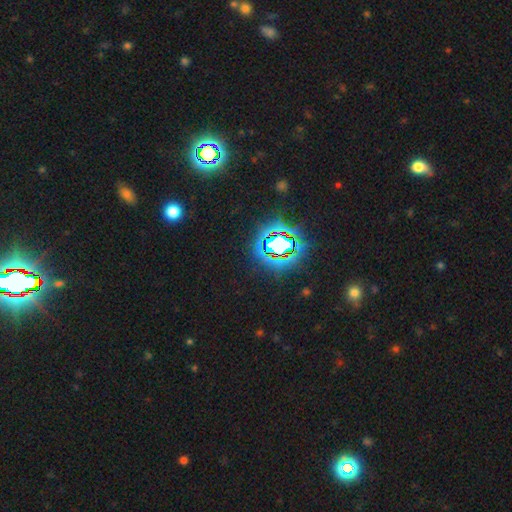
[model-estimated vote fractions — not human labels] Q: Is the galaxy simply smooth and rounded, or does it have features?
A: star or artifact — 82%.